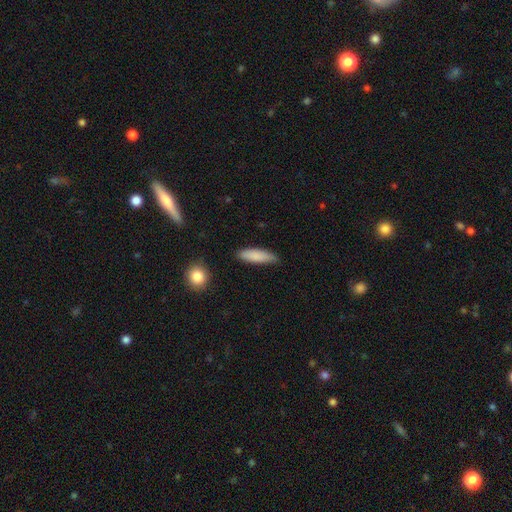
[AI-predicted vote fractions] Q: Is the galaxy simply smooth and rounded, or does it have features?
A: smooth — 85%.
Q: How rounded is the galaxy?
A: cigar-shaped — 57%.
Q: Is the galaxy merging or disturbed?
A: none — 79%.